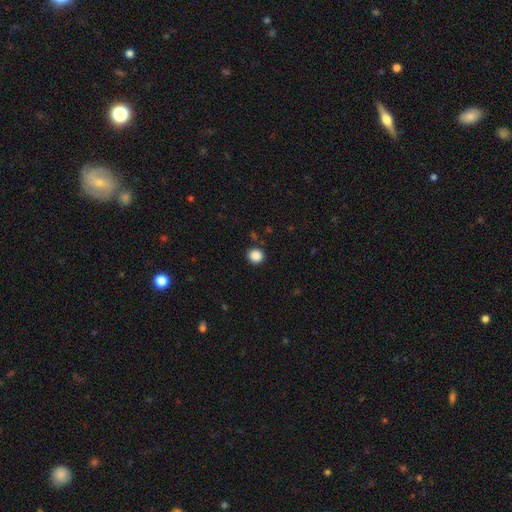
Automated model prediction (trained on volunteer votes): This appears to be a smooth galaxy with no disk features (88%) that is round (88%). Merging: none (89%).